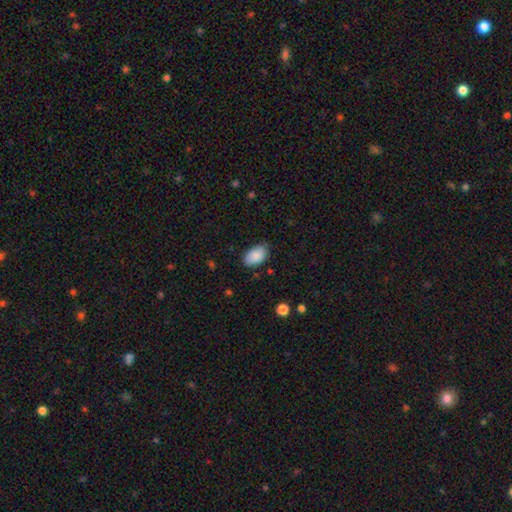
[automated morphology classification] The model was most divided on "merging": none: 77%, minor disturbance: 19%, major disturbance: 3%, merger: 1%. More confident: how rounded — in between (92%); smooth or featured — smooth (86%).